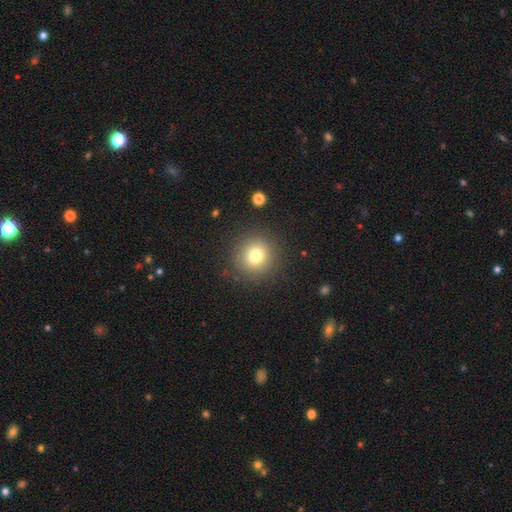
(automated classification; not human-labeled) This is likely a smooth galaxy (76%). How rounded: clearly round (94%). Merging: clearly none (88%).